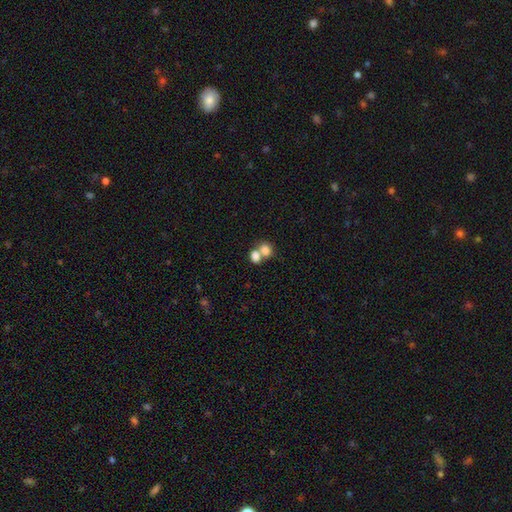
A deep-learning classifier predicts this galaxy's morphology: Smooth or featured: smooth — 78% (featured or disk — 12%)
How rounded: in between — 51% (round — 48%)
Merging: merger — 64% (none — 26%)